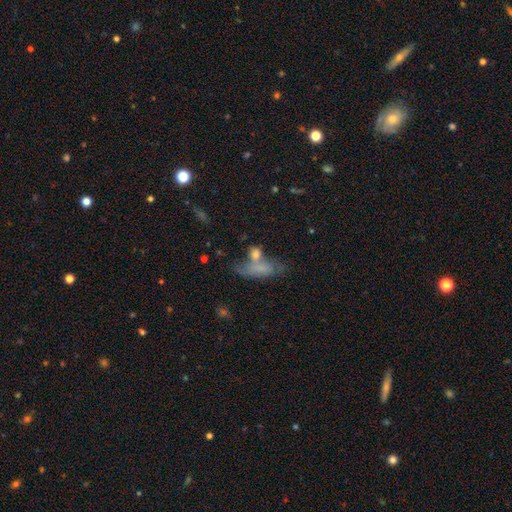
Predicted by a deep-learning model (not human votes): A smooth galaxy with no disk features (62%) that is in between round and cigar-shaped (60%).

Vote fractions:
- Smooth or featured? smooth: 62% / featured or disk: 24% / star or artifact: 15%
- How rounded? in between: 60% / cigar-shaped: 28% / round: 12%
- Merging? none: 42% / merger: 24% / minor disturbance: 20% / major disturbance: 13%